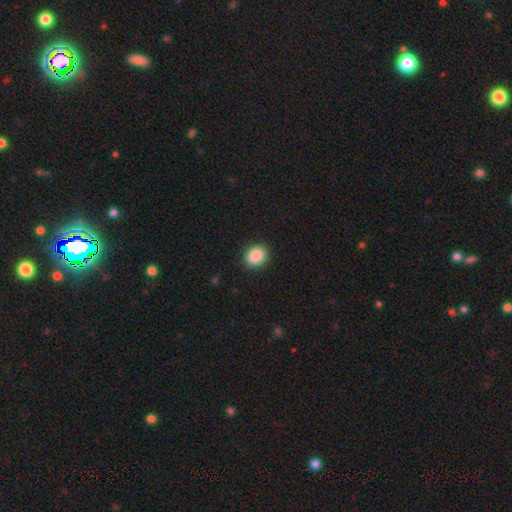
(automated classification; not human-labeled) Smooth or featured? Predicted: smooth (p=0.89). How rounded? Predicted: in between (p=0.50). Merging? Predicted: none (p=0.90).